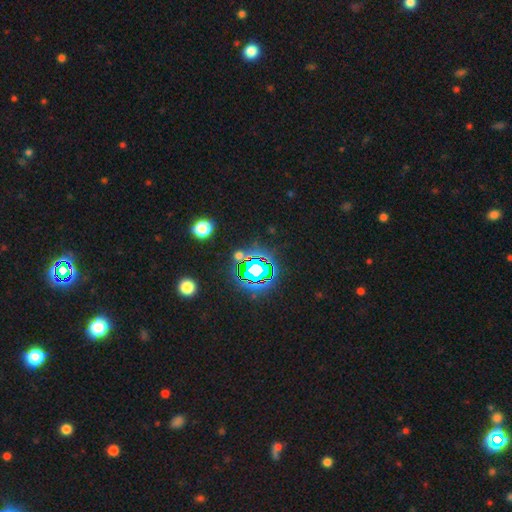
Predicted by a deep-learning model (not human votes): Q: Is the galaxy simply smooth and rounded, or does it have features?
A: star or artifact — 81%.